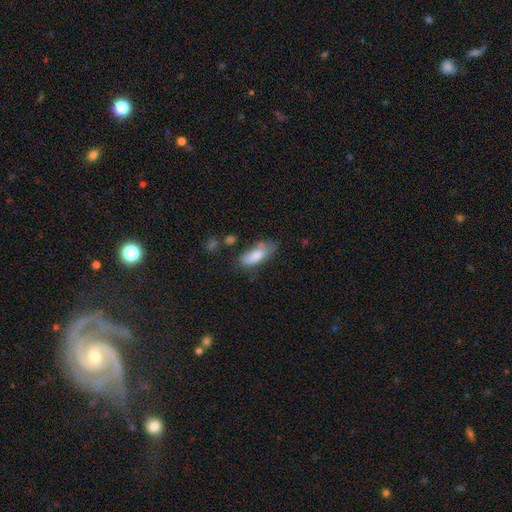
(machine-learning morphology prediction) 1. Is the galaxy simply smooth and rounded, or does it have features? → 79% smooth, 14% featured or disk, 7% star or artifact.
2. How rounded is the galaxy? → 78% in between, 20% cigar-shaped, 2% round.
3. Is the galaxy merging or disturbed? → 50% none, 31% minor disturbance, 13% major disturbance, 6% merger.